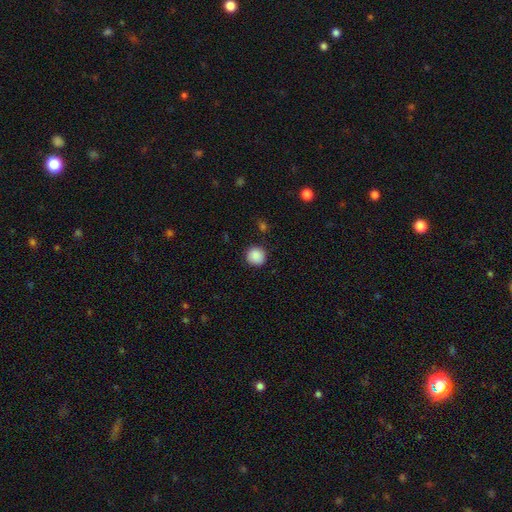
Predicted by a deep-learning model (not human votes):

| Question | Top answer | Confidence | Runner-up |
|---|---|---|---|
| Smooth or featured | smooth | 87% | star or artifact (8%) |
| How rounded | round | 93% | in between (7%) |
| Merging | none | 87% | minor disturbance (9%) |